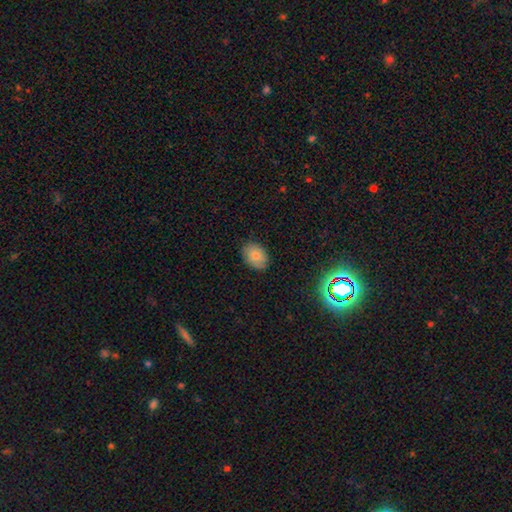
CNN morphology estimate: The model was most divided on "how rounded": in between: 73%, round: 26%, cigar-shaped: 1%. More confident: merging — none (82%); smooth or featured — smooth (75%).